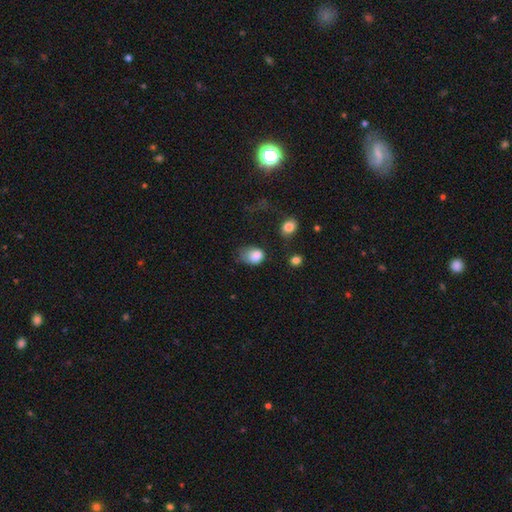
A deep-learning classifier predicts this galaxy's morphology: A smooth galaxy with no disk features (81%) that is in between round and cigar-shaped (61%). Merging: minor disturbance (37%).